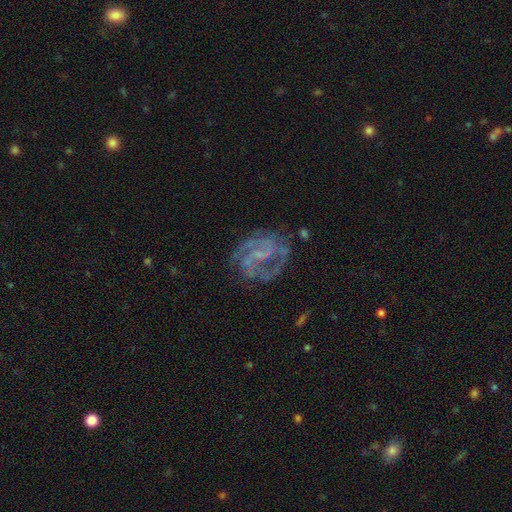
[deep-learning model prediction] Smooth or featured? featured or disk (83%)
Edge-on disk? no (98%)
Bar? weak (46%)
Spiral arms? yes (92%)
Spiral winding? medium (49%)
Spiral arm count? 2 (57%)
Bulge size? small (45%)
Merging? none (68%)